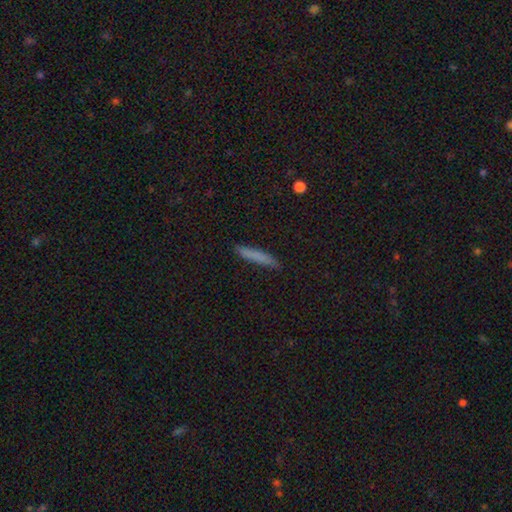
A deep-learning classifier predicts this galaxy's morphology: smooth-or-featured: smooth: 78% | featured or disk: 14% | star or artifact: 7%
  how-rounded: cigar-shaped: 93% | in between: 5% | round: 1%
  merging: none: 87% | minor disturbance: 10% | major disturbance: 2% | merger: 1%